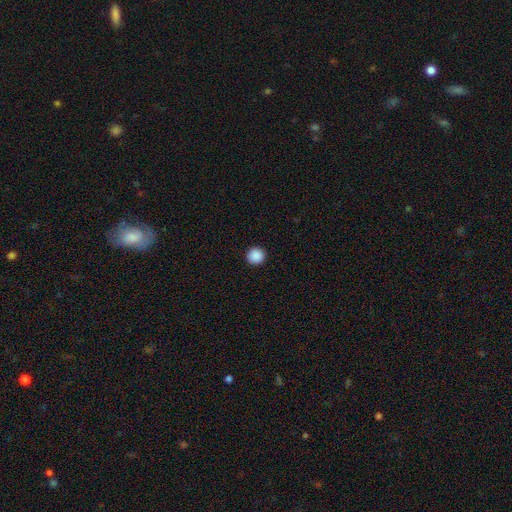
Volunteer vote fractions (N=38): Q: Smooth or featured?
A: smooth (97%); runner-up: star or artifact (3%)
Q: How rounded?
A: round (92%); runner-up: in between (5%)
Q: Merging?
A: none (95%); runner-up: minor disturbance (3%)